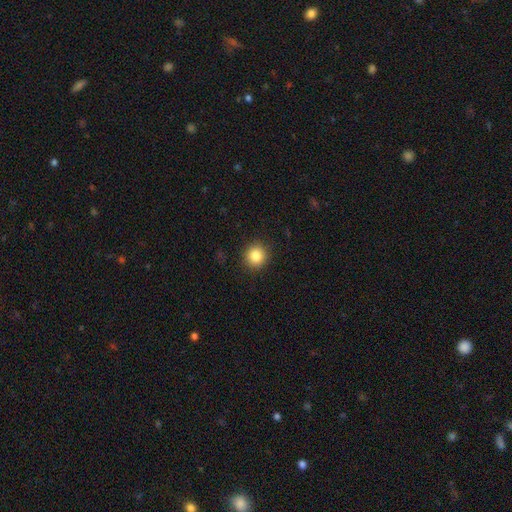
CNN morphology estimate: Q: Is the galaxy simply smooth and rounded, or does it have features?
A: smooth — 84%.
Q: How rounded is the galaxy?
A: round — 90%.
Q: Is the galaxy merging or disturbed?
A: none — 91%.